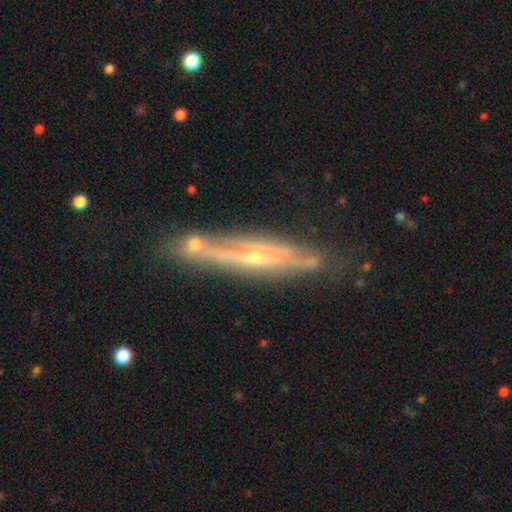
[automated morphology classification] smooth-or-featured: featured or disk: 77% | smooth: 15% | star or artifact: 8%
  disk-edge-on: yes: 83% | no: 17%
    edge-on-bulge: rounded: 69% | none: 25% | boxy: 6%
  merging: none: 64% | minor disturbance: 19% | merger: 11% | major disturbance: 6%